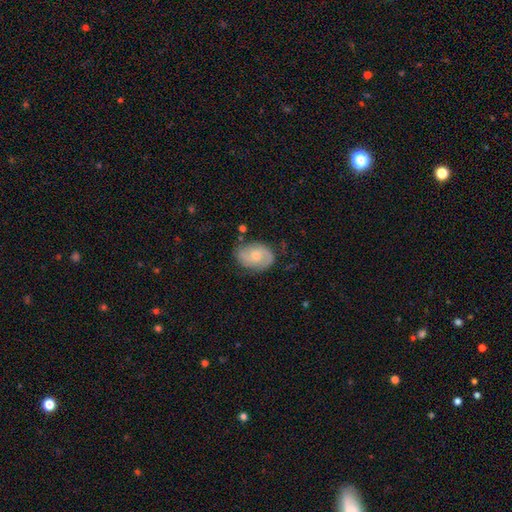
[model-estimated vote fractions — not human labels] smooth_or_featured: featured or disk (p=0.61) [alt: smooth p=0.32]
disk_edge_on: no (p=0.97) [alt: yes p=0.03]
bar: no (p=0.63) [alt: weak p=0.32]
has_spiral_arms: yes (p=0.89) [alt: no p=0.11]
spiral_winding: medium (p=0.45) [alt: tight p=0.29]
spiral_arm_count: 2 (p=0.81) [alt: can't tell p=0.11]
bulge_size: small (p=0.51) [alt: moderate p=0.43]
merging: none (p=0.73) [alt: minor disturbance p=0.20]